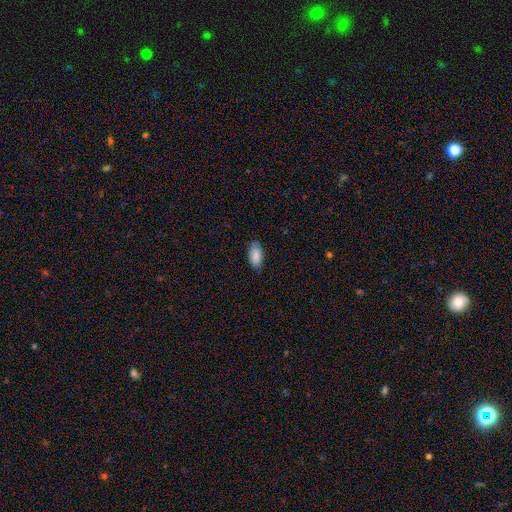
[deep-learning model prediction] Overall: smooth (88%). How rounded: in between (93%). Merging: none (81%).